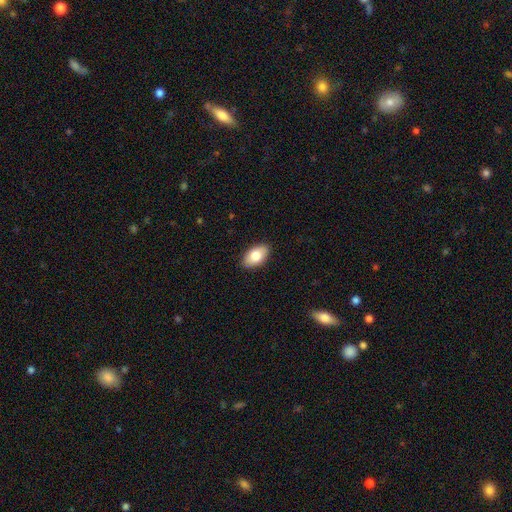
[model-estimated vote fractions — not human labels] This appears to be a smooth galaxy with no disk features (80%) that is in between round and cigar-shaped (93%). Merging: none (89%).